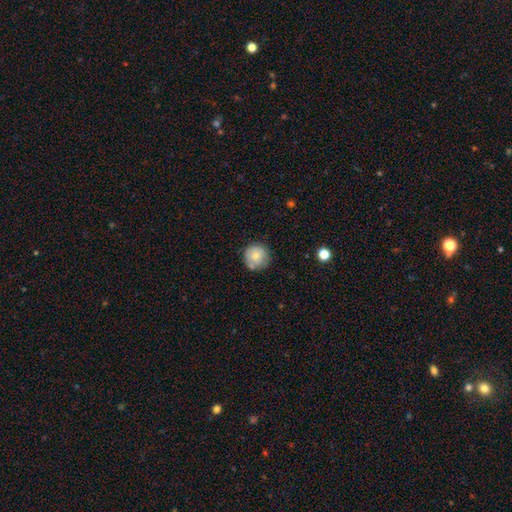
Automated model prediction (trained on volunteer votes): Smooth or featured? Predicted: smooth (p=0.75). How rounded? Predicted: round (p=0.94). Merging? Predicted: none (p=0.75).